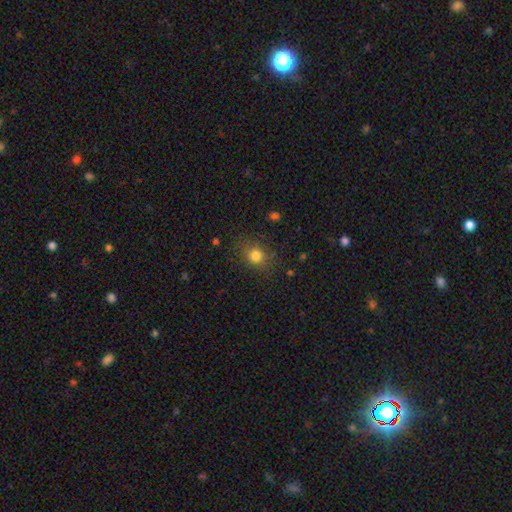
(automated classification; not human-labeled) smooth 78%, star or artifact 14%, featured or disk 8%. Down the decision tree: how rounded — round (67%); merging — none (79%).